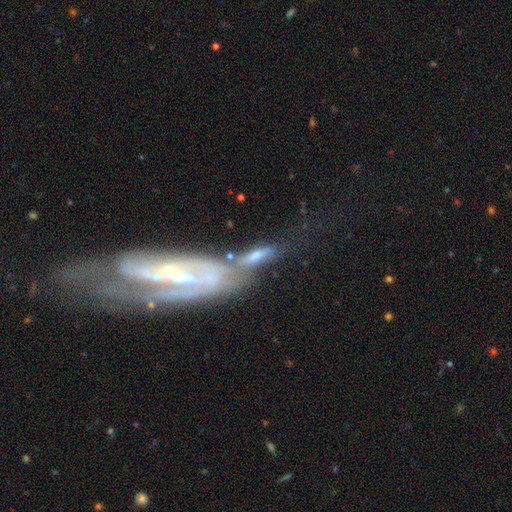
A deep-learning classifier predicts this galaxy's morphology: A smooth galaxy with no disk features (47%).

Vote fractions:
- Smooth or featured? smooth: 47% / featured or disk: 42% / star or artifact: 11%
- Merging? merger: 38% / none: 33% / minor disturbance: 17% / major disturbance: 12%